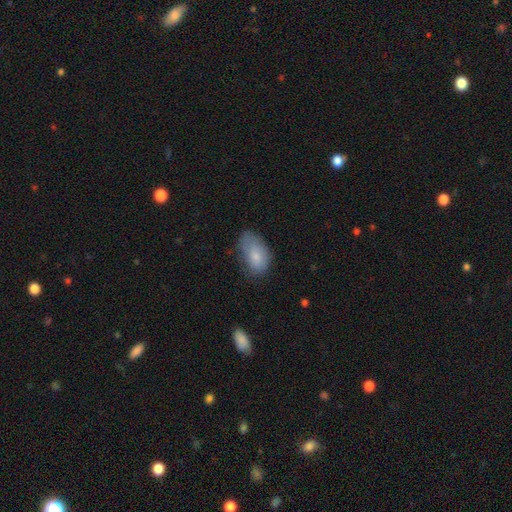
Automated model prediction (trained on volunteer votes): smooth_or_featured: smooth (p=0.78) [alt: featured or disk p=0.14]
how_rounded: in between (p=0.92) [alt: round p=0.05]
merging: none (p=0.48) [alt: minor disturbance p=0.36]